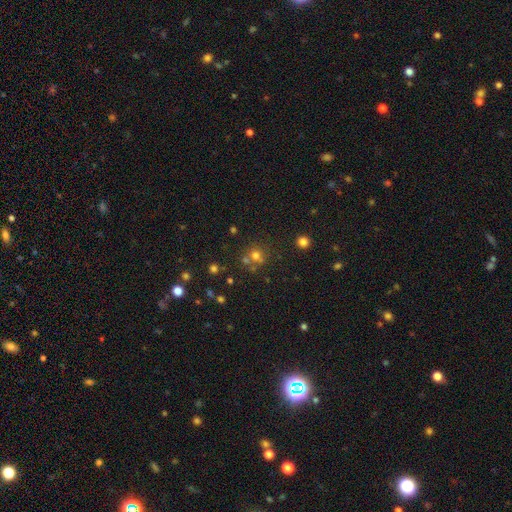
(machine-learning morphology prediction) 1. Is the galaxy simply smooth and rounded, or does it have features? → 65% smooth, 23% star or artifact, 12% featured or disk.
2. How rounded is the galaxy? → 83% round, 16% in between, 1% cigar-shaped.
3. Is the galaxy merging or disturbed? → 57% none, 27% merger, 11% minor disturbance, 5% major disturbance.